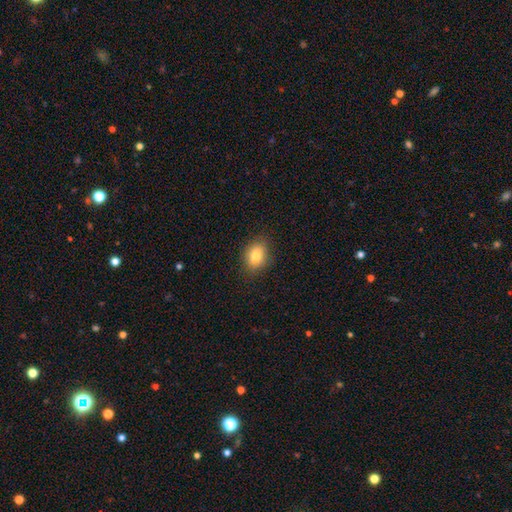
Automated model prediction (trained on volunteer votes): Smooth or featured? Predicted: smooth (p=0.82). How rounded? Predicted: in between (p=0.66). Merging? Predicted: none (p=0.86).